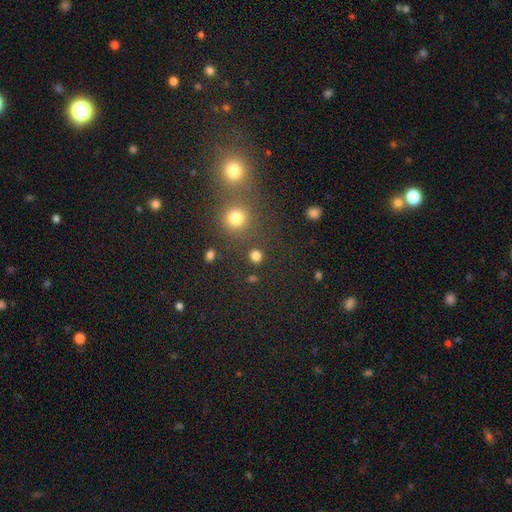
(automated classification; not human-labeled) Smooth or featured: smooth — 80% (star or artifact — 17%)
How rounded: round — 88% (in between — 11%)
Merging: none — 84% (minor disturbance — 6%)